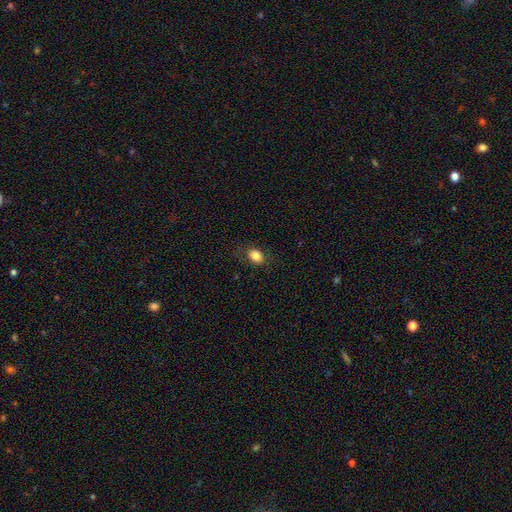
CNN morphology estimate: smooth-or-featured: smooth: 84% | star or artifact: 9% | featured or disk: 7%
  how-rounded: in between: 69% | round: 30% | cigar-shaped: 1%
  merging: none: 79% | minor disturbance: 14% | major disturbance: 5% | merger: 1%